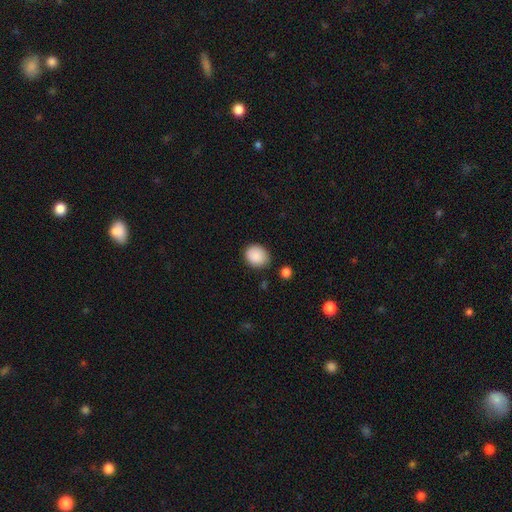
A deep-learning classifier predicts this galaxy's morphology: type=smooth (88%); roundness=round (63%); merging=none (79%).